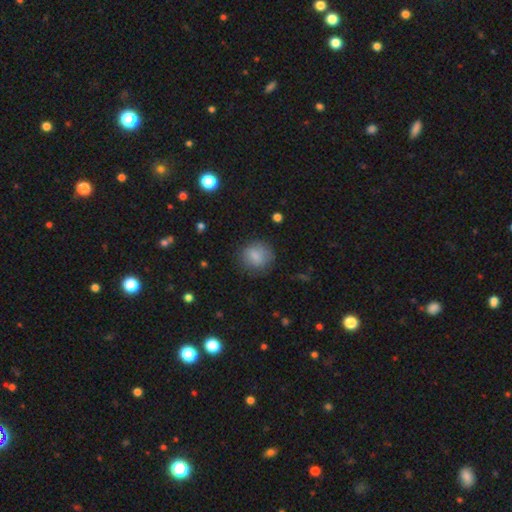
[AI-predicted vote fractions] Morphology: type=smooth (82%); roundness=round (80%); merging=none (77%).